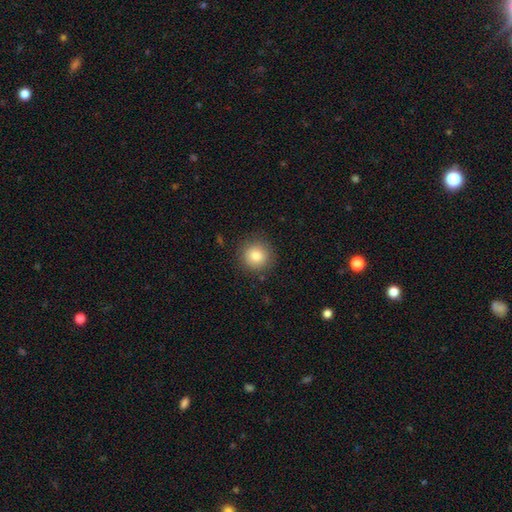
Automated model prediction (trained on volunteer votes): Overall: smooth (83%). How rounded: round (93%). Merging: none (88%).